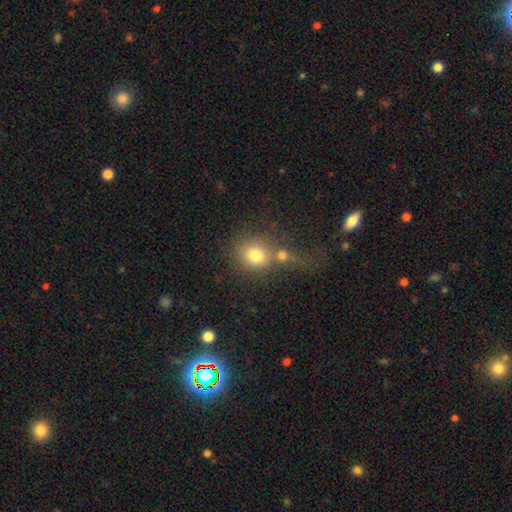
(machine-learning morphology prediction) This is likely a smooth galaxy (77%). How rounded: clearly round (82%). Merging: marginally none (41%, tied with merger).